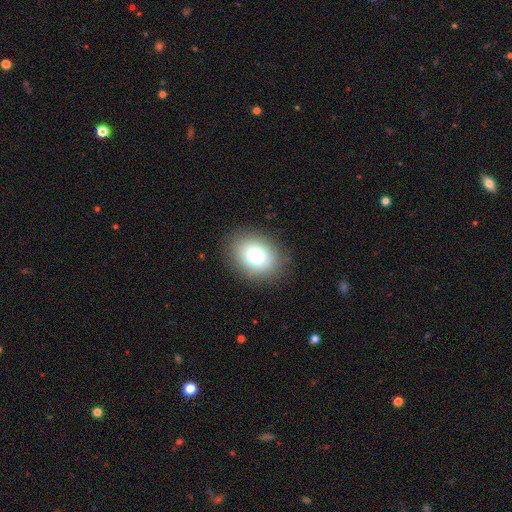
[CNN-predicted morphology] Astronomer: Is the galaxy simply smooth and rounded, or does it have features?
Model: smooth — 76%.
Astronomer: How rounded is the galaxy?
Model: in between — 58% (runner-up: round, 41%).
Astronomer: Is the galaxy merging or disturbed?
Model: none — 85%.